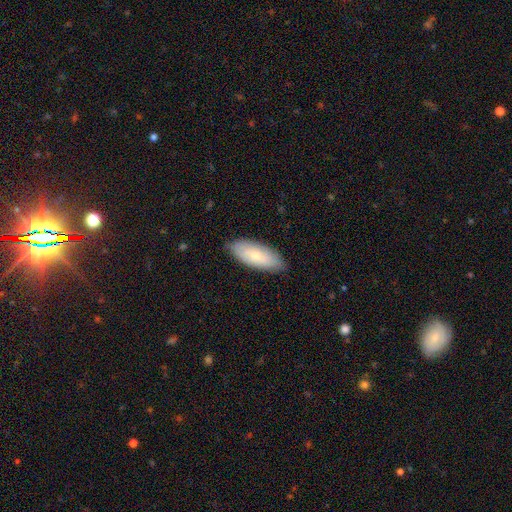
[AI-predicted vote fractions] smooth_or_featured: smooth (p=0.71) [alt: featured or disk p=0.23]
how_rounded: in between (p=0.81) [alt: cigar-shaped p=0.17]
merging: none (p=0.83) [alt: minor disturbance p=0.14]